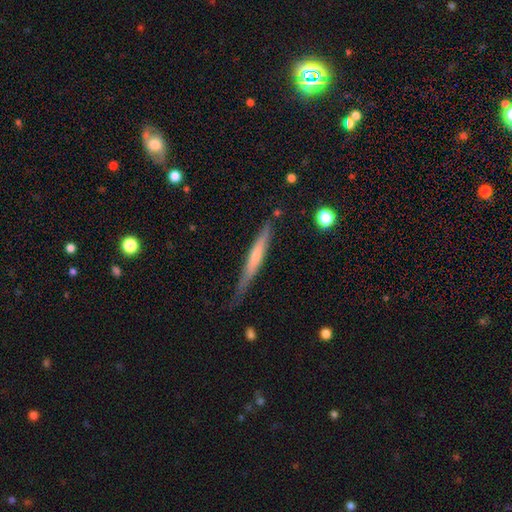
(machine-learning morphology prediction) A featured or disk galaxy (51%) viewed edge-on (94%).

Vote fractions:
- Smooth or featured? featured or disk: 51% / smooth: 43% / star or artifact: 6%
- Edge-on disk? yes: 94% / no: 6%
- Merging? none: 72% / minor disturbance: 22% / major disturbance: 4% / merger: 2%